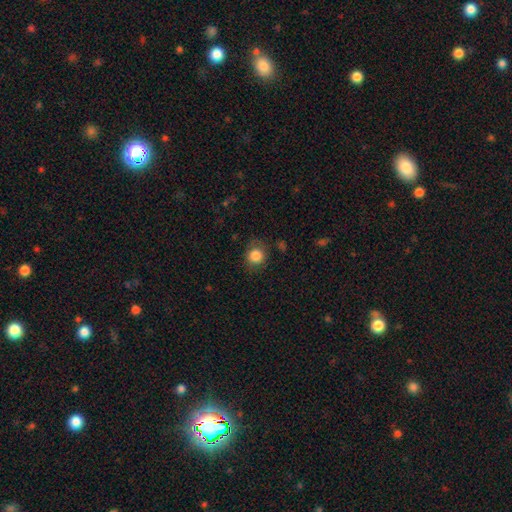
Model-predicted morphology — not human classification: type=smooth (84%); roundness=round (83%); merging=none (79%).